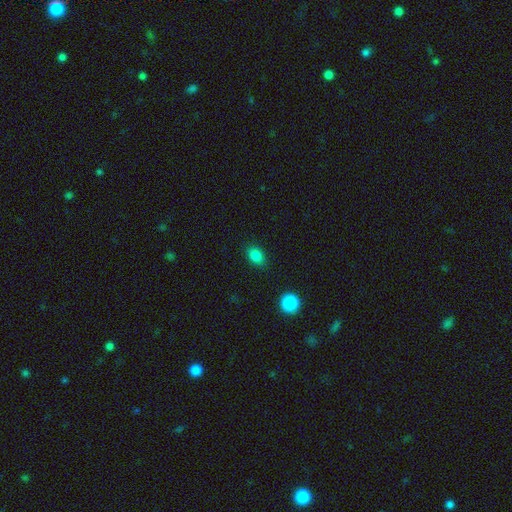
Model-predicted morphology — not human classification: The model was most divided on "how rounded": in between: 76%, round: 23%, cigar-shaped: 2%. More confident: merging — none (85%); smooth or featured — smooth (84%).